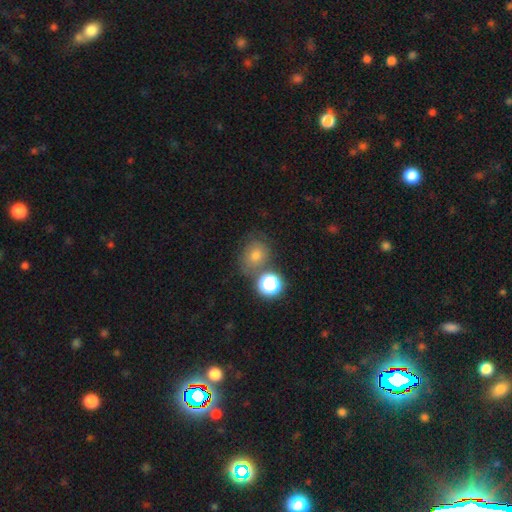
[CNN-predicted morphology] A smooth galaxy with no disk features (64%) that is round (69%). Merging: none (65%).